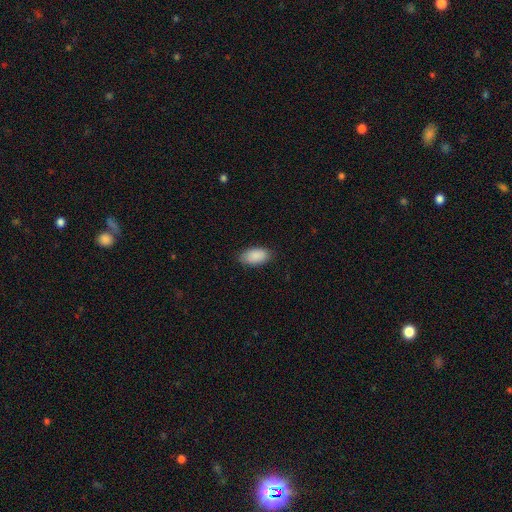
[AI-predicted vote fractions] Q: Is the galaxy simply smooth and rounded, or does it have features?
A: smooth — 90%.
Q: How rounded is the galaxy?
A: in between — 94%.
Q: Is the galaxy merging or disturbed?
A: none — 84%.